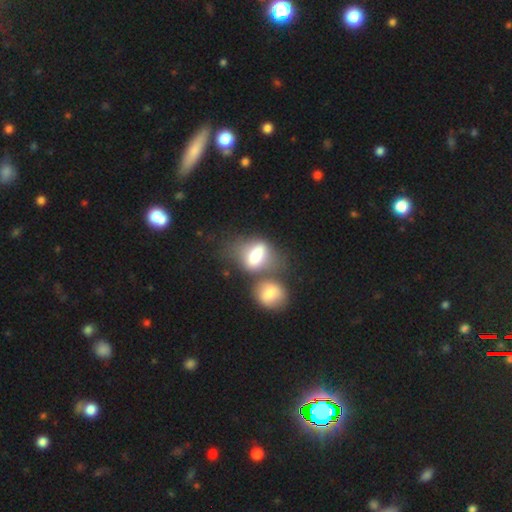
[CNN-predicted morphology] smooth-or-featured: smooth: 62% | featured or disk: 29% | star or artifact: 9%
  how-rounded: in between: 73% | round: 19% | cigar-shaped: 9%
  merging: merger: 44% | none: 32% | minor disturbance: 13% | major disturbance: 11%